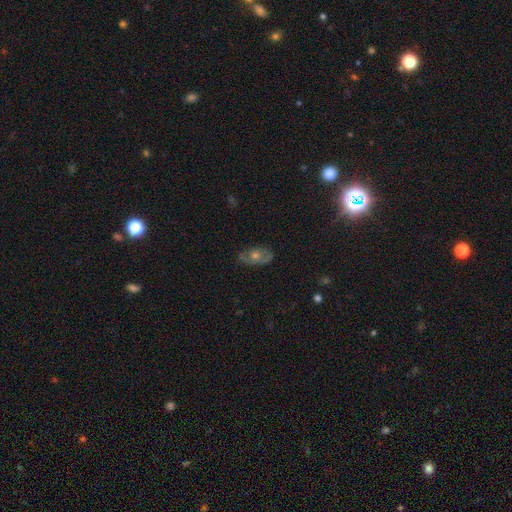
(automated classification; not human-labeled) Q: Smooth or featured?
A: featured or disk (52%); runner-up: smooth (30%)
Q: Edge-on disk?
A: no (88%); runner-up: yes (12%)
Q: Merging?
A: none (72%); runner-up: minor disturbance (19%)